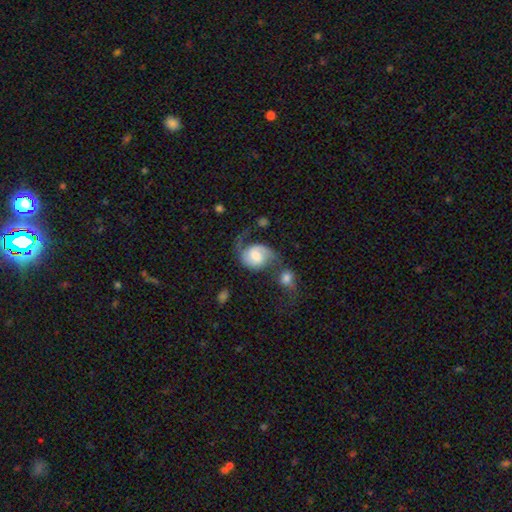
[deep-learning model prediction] Smooth or featured? Predicted: featured or disk (p=0.68). Edge-on disk? Predicted: no (p=0.97). Bar? Predicted: no (p=0.56). Spiral arms? Predicted: yes (p=0.93). Spiral winding? Predicted: loose (p=0.45). Spiral arm count? Predicted: 2 (p=0.80). Bulge size? Predicted: moderate (p=0.57). Merging? Predicted: none (p=0.35).